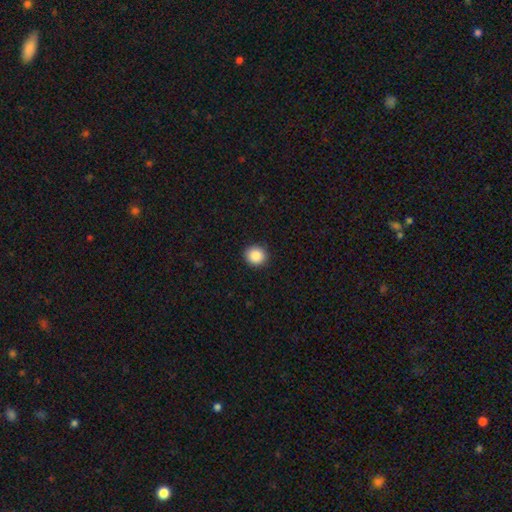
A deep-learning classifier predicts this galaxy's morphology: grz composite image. It shows a smooth galaxy with no disk features (88%) that is round (90%). Merging: none (92%).